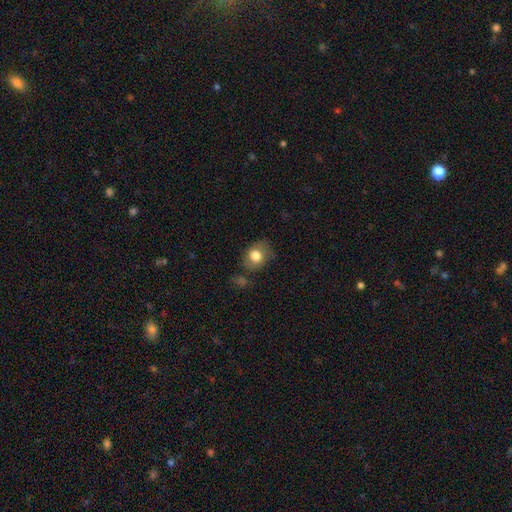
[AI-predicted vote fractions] A smooth galaxy with no disk features (78%) that is round (50%).

Vote fractions:
- Smooth or featured? smooth: 78% / featured or disk: 14% / star or artifact: 8%
- How rounded? round: 50% / in between: 49% / cigar-shaped: 1%
- Merging? none: 69% / minor disturbance: 20% / major disturbance: 7% / merger: 4%